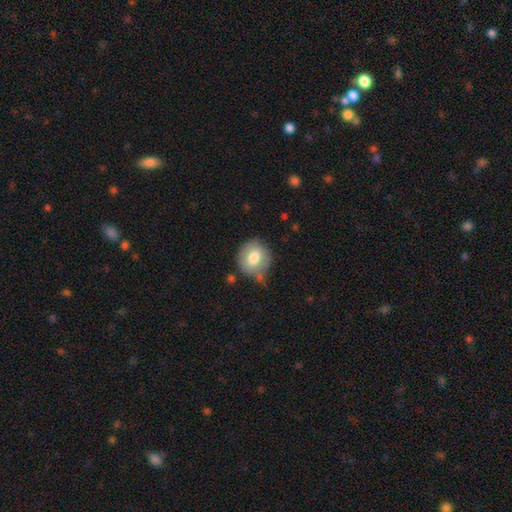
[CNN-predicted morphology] This is likely a smooth galaxy (71%). How rounded: likely round (78%). Merging: likely none (63%).